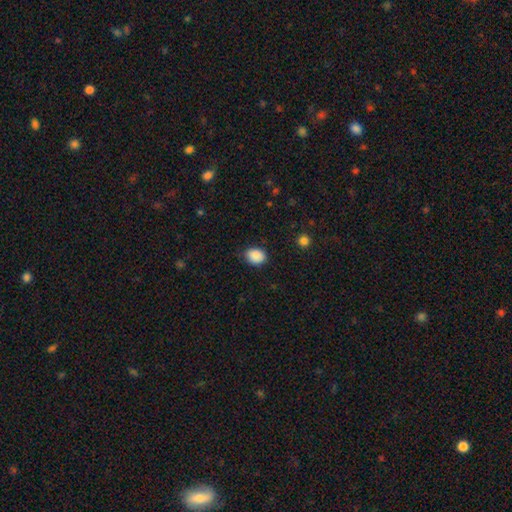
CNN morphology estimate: This appears to be a smooth galaxy with no disk features (89%) that is in between round and cigar-shaped (61%). Merging: none (78%).